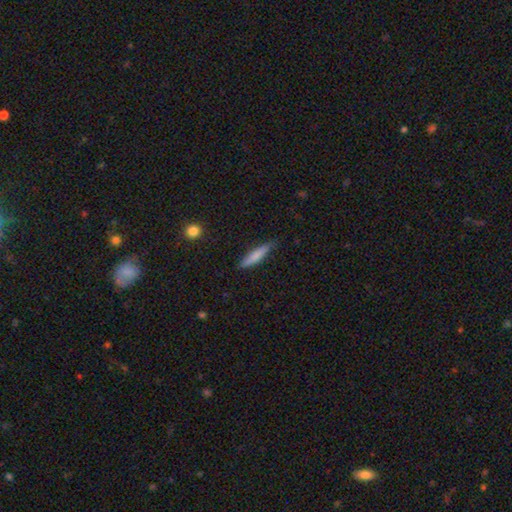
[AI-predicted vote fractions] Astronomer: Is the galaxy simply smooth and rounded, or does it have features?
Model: smooth — 74%.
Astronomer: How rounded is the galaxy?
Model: cigar-shaped — 85%.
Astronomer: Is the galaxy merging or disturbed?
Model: none — 79%.